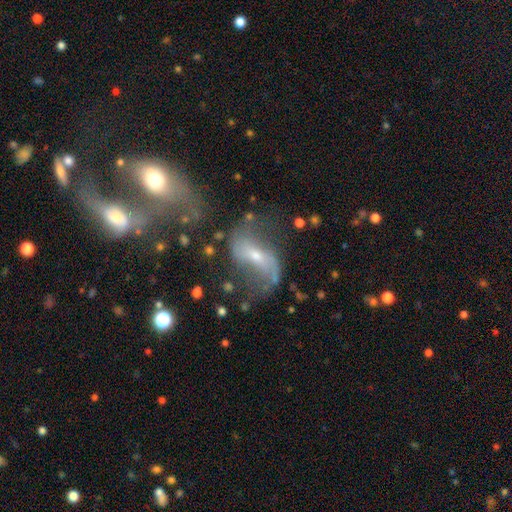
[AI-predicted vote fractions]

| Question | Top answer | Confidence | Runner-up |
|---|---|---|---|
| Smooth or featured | featured or disk | 81% | smooth (11%) |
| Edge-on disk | no | 96% | yes (4%) |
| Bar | weak | 40% | strong (31%) |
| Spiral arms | yes | 90% | no (10%) |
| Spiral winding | loose | 76% | medium (18%) |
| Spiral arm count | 2 | 89% | can't tell (4%) |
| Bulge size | small | 57% | moderate (36%) |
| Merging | none | 47% | major disturbance (23%) |